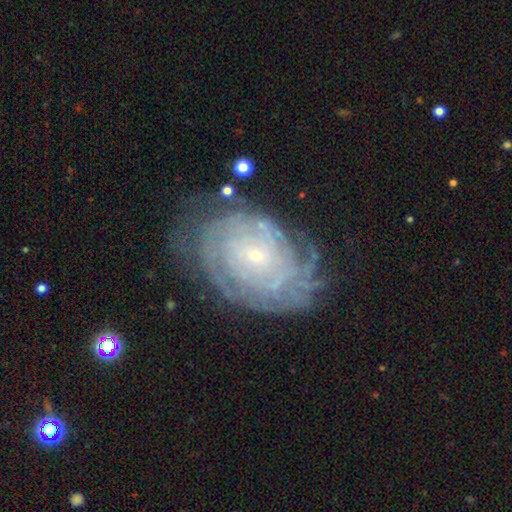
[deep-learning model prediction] Q: Smooth or featured?
A: featured or disk (84%); runner-up: smooth (9%)
Q: Edge-on disk?
A: no (96%); runner-up: yes (4%)
Q: Bar?
A: no (77%); runner-up: weak (18%)
Q: Spiral arms?
A: yes (94%); runner-up: no (6%)
Q: Spiral winding?
A: tight (83%); runner-up: medium (14%)
Q: Spiral arm count?
A: can't tell (41%); runner-up: 4 (17%)
Q: Bulge size?
A: small (86%); runner-up: moderate (10%)
Q: Merging?
A: none (72%); runner-up: minor disturbance (19%)